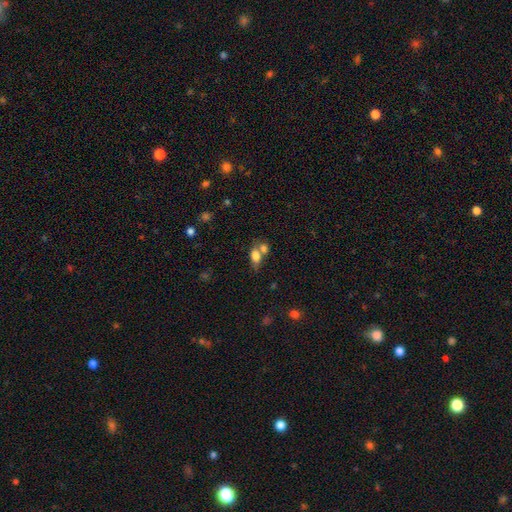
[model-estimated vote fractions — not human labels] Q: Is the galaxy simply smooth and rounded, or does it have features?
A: smooth — 76%.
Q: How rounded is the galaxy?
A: in between — 82%.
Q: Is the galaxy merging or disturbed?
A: merger — 48%.